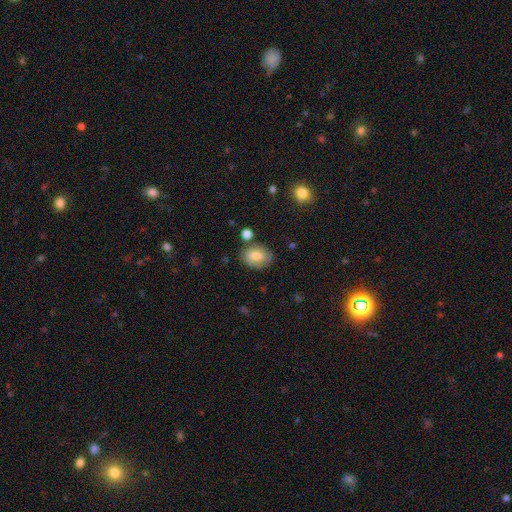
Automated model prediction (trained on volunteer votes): Smooth or featured? smooth (71%)
How rounded? in between (77%)
Merging? none (70%)